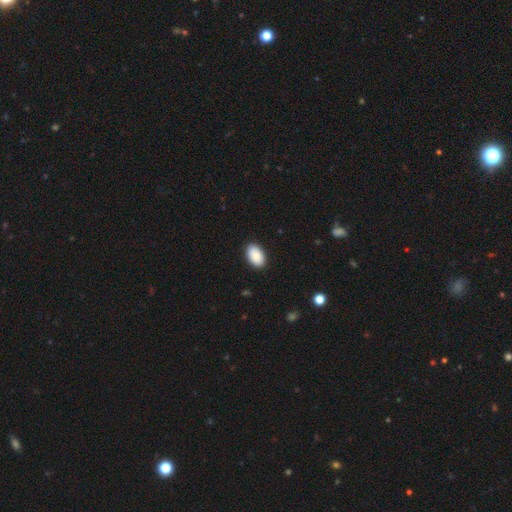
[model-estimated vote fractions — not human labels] This appears to be a smooth galaxy with no disk features (90%) that is in between round and cigar-shaped (93%). Merging: none (89%).